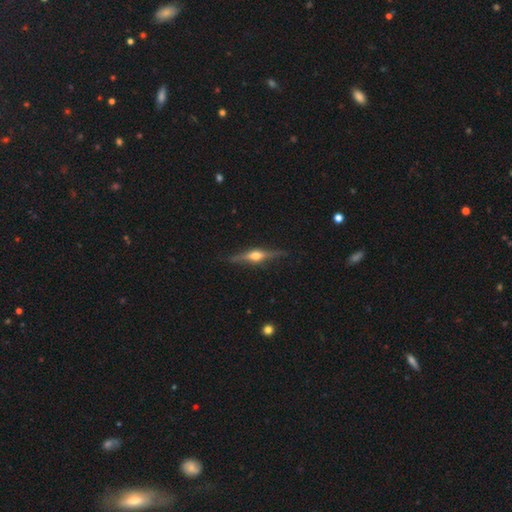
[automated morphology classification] This appears to be a featured or disk galaxy (78%) viewed edge-on (97%) with a rounded central bulge (94%). Merging: none (89%).